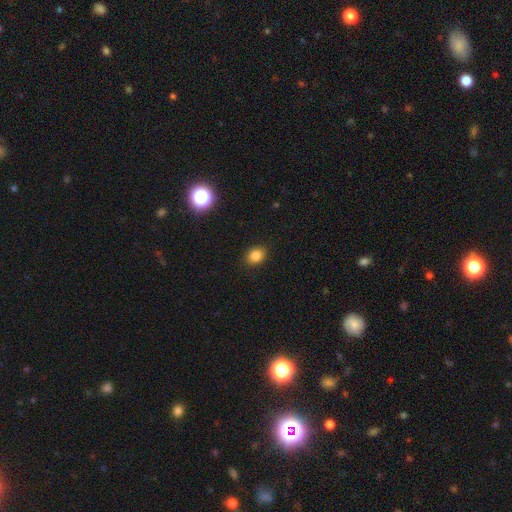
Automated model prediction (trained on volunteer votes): Smooth or featured? Predicted: smooth (p=0.82). How rounded? Predicted: in between (p=0.51). Merging? Predicted: none (p=0.88).